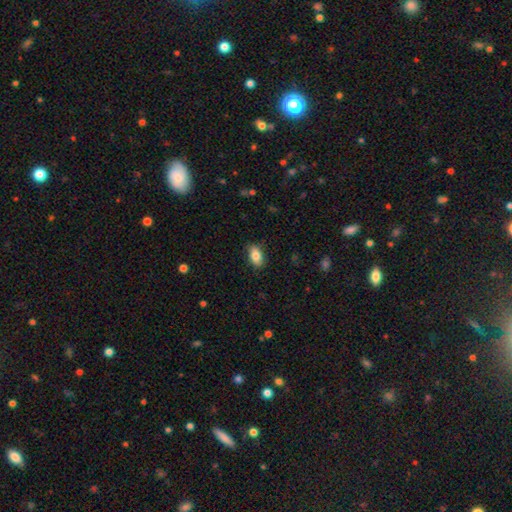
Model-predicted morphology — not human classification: This is clearly a smooth galaxy (83%). How rounded: clearly in between (91%). Merging: clearly none (85%).